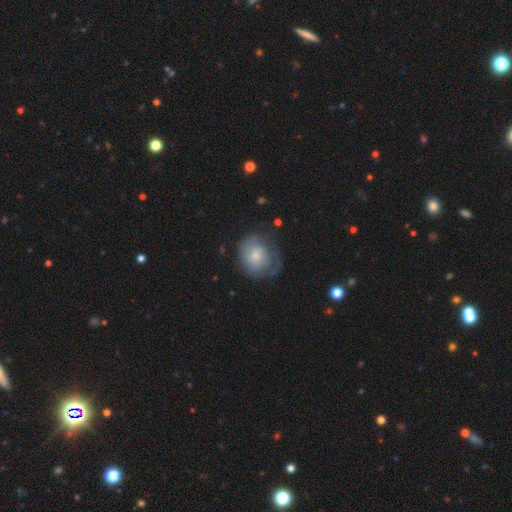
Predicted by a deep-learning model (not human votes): Smooth or featured?
  - smooth: 52% *
  - featured or disk: 40%
  - star or artifact: 8%
How rounded?
  - round: 72% *
  - in between: 27%
  - cigar-shaped: 1%
Merging?
  - none: 52% *
  - minor disturbance: 27%
  - major disturbance: 19%
  - merger: 2%